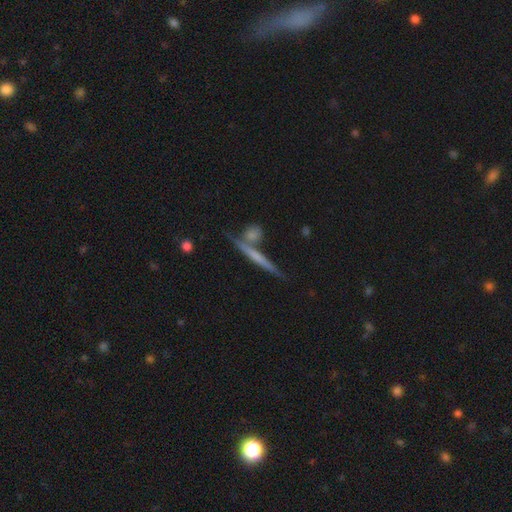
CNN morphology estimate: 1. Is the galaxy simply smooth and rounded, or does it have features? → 55% featured or disk, 38% smooth, 7% star or artifact.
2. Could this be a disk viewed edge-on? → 94% yes, 6% no.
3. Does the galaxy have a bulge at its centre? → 72% none, 19% rounded, 9% boxy.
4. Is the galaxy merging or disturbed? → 70% none, 16% merger, 10% minor disturbance, 3% major disturbance.